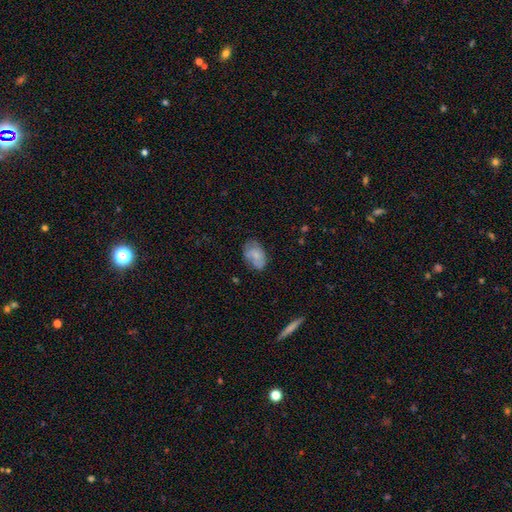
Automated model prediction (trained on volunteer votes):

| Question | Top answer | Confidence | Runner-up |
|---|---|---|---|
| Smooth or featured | smooth | 61% | featured or disk (31%) |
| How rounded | in between | 87% | round (12%) |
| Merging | none | 61% | minor disturbance (27%) |